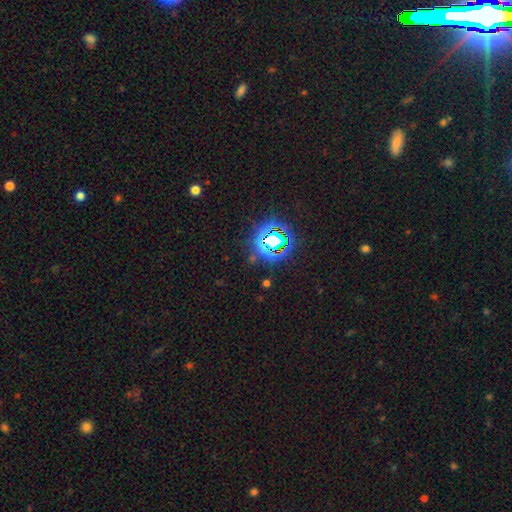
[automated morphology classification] Smooth or featured?
  - star or artifact: 79% *
  - smooth: 15%
  - featured or disk: 7%